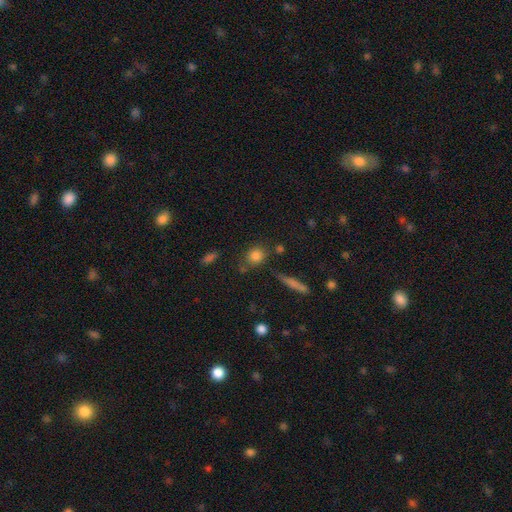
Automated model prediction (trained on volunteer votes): Smooth or featured? smooth (82%)
How rounded? round (75%)
Merging? none (74%)